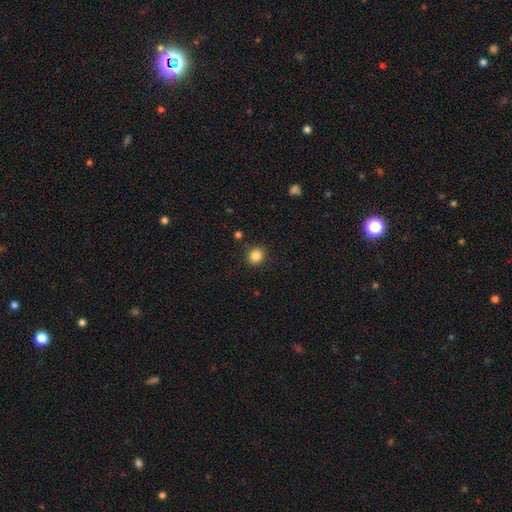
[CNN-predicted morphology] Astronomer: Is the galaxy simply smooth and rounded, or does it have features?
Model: smooth — 85%.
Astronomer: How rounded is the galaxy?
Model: round — 80%.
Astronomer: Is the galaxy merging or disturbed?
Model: none — 88%.